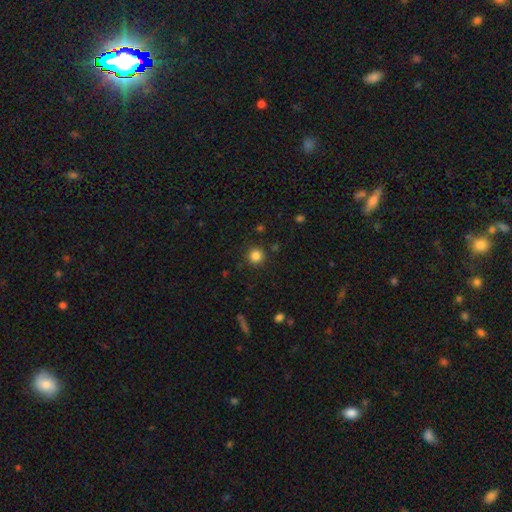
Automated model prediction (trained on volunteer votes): smooth-or-featured: smooth: 83% | star or artifact: 12% | featured or disk: 4%
  how-rounded: round: 95% | in between: 4% | cigar-shaped: 1%
  merging: none: 90% | minor disturbance: 6% | major disturbance: 2% | merger: 2%